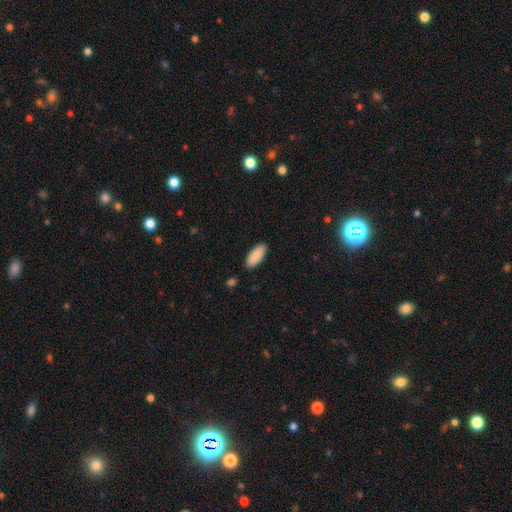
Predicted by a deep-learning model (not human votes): Smooth or featured? Predicted: smooth (p=0.90). How rounded? Predicted: in between (p=0.83). Merging? Predicted: none (p=0.89).